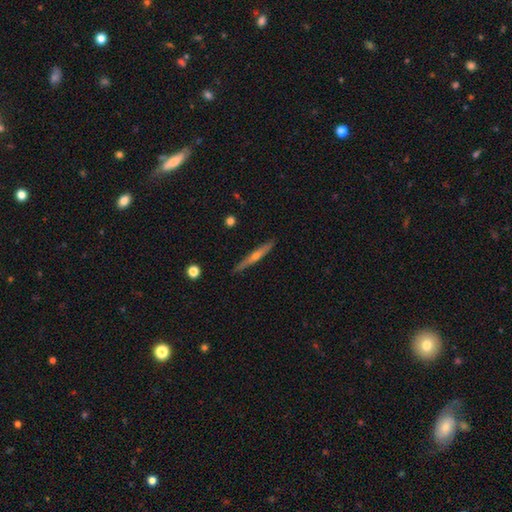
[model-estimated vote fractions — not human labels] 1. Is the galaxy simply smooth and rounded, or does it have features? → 71% featured or disk, 23% smooth, 6% star or artifact.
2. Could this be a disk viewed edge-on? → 97% yes, 3% no.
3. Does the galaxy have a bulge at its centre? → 83% rounded, 13% none, 3% boxy.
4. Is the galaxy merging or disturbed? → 90% none, 7% minor disturbance, 1% major disturbance, 1% merger.